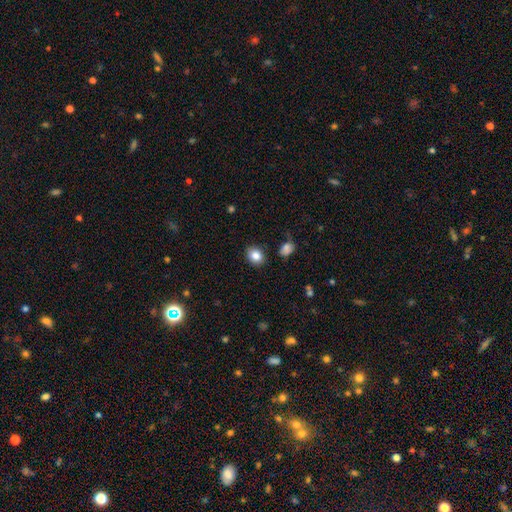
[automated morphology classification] type=smooth (85%); roundness=round (52%); merging=none (86%).